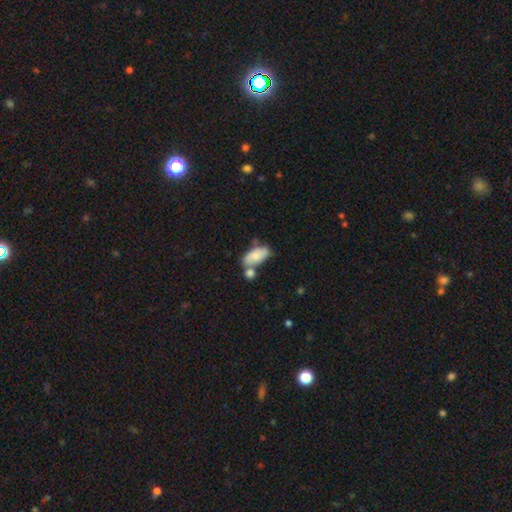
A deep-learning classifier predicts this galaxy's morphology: Smooth or featured: smooth — 71% (featured or disk — 22%)
How rounded: in between — 90% (cigar-shaped — 6%)
Merging: merger — 39% (none — 37%)